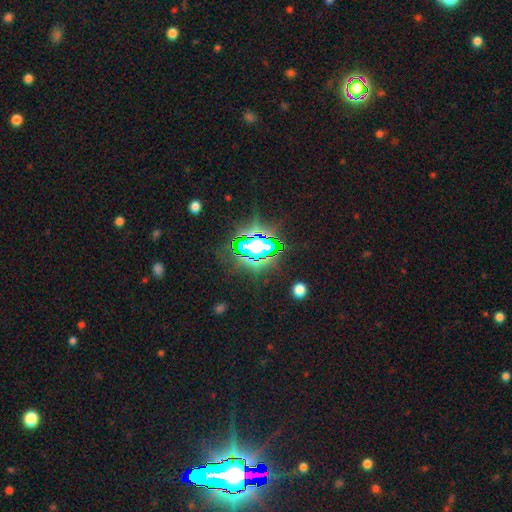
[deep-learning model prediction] smooth-or-featured: star or artifact: 81% | smooth: 12% | featured or disk: 7%